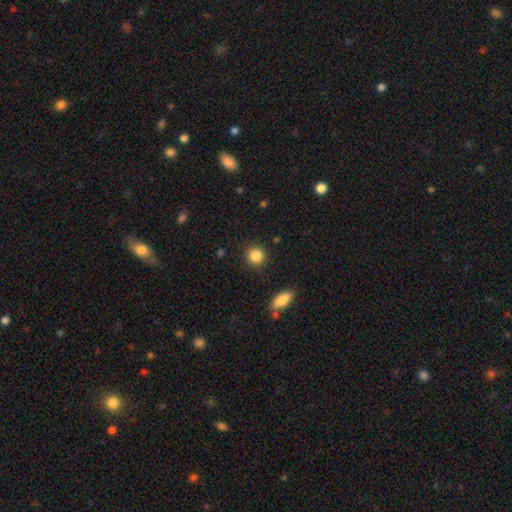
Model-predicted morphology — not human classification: A smooth galaxy with no disk features (87%) that is round (89%). Merging: none (89%).